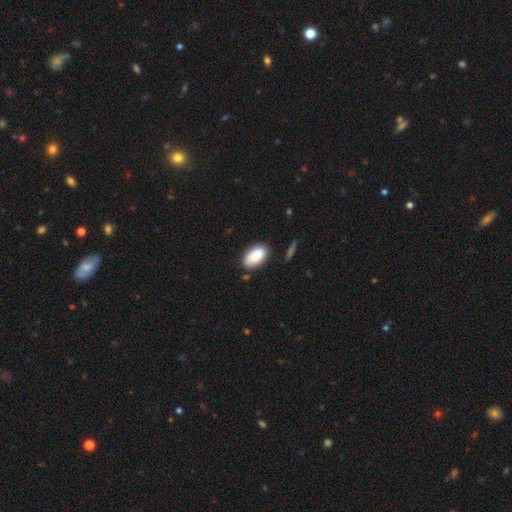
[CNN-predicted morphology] smooth-or-featured: smooth: 85% | featured or disk: 8% | star or artifact: 7%
  how-rounded: in between: 94% | round: 4% | cigar-shaped: 2%
  merging: none: 77% | minor disturbance: 16% | merger: 3% | major disturbance: 3%